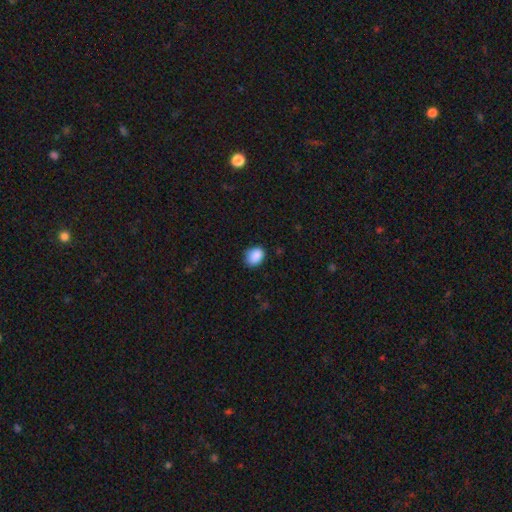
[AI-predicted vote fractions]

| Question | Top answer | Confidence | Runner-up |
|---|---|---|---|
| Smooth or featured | smooth | 88% | star or artifact (8%) |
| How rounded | in between | 57% | round (42%) |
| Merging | none | 73% | minor disturbance (22%) |